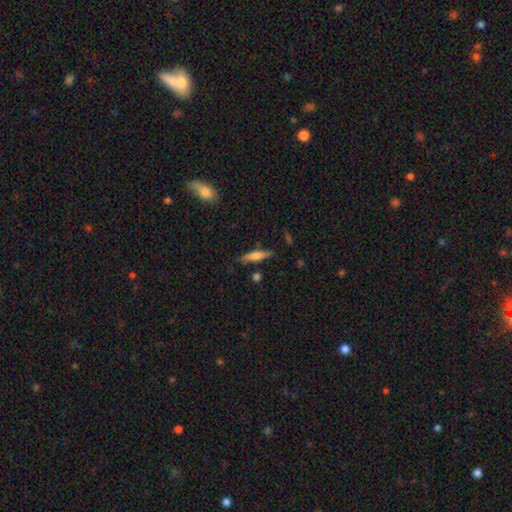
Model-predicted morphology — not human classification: This appears to be a smooth galaxy with no disk features (57%) that is cigar-shaped (79%). Merging: none (80%).